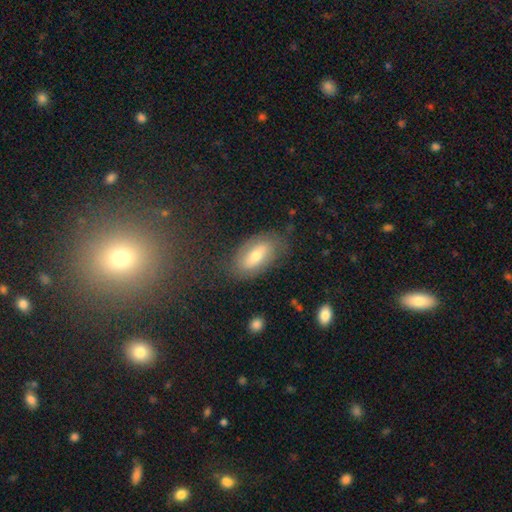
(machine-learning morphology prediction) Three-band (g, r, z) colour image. It shows a smooth galaxy with no disk features (51%) that is in between round and cigar-shaped (88%). Merging: none (76%).